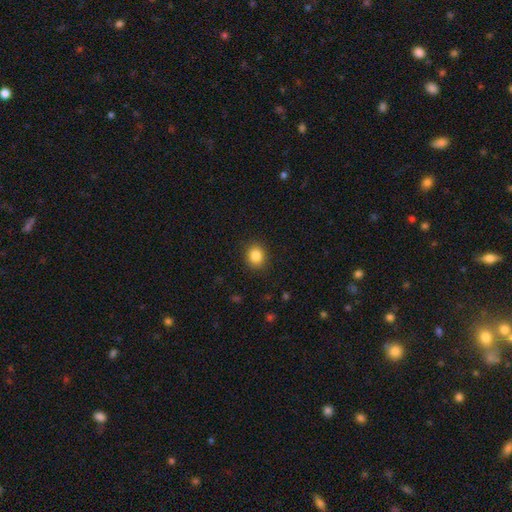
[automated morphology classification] Overall: smooth (85%). How rounded: round (71%). Merging: none (89%).